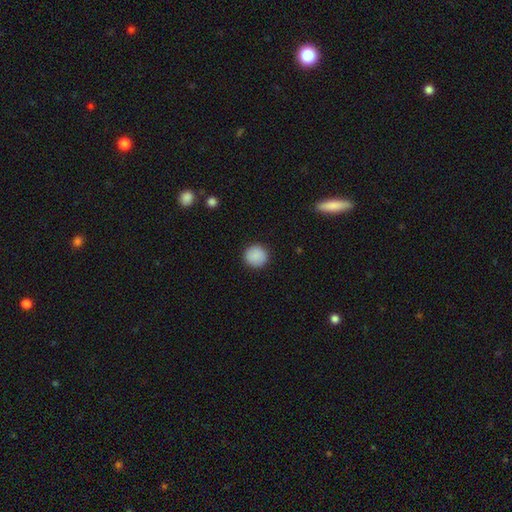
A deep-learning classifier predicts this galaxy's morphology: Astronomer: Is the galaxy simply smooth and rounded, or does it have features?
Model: smooth — 89%.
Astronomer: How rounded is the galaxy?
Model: round — 94%.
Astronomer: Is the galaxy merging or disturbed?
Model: none — 92%.